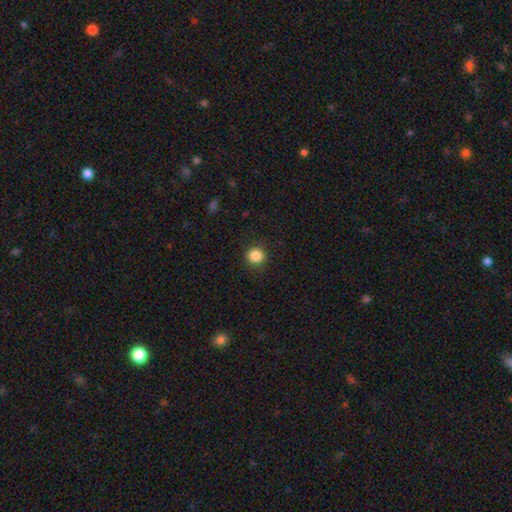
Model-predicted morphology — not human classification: A smooth galaxy with no disk features (86%) that is round (93%).

Vote fractions:
- Smooth or featured? smooth: 86% / star or artifact: 11% / featured or disk: 3%
- How rounded? round: 93% / in between: 6% / cigar-shaped: 1%
- Merging? none: 91% / minor disturbance: 6% / major disturbance: 2% / merger: 1%